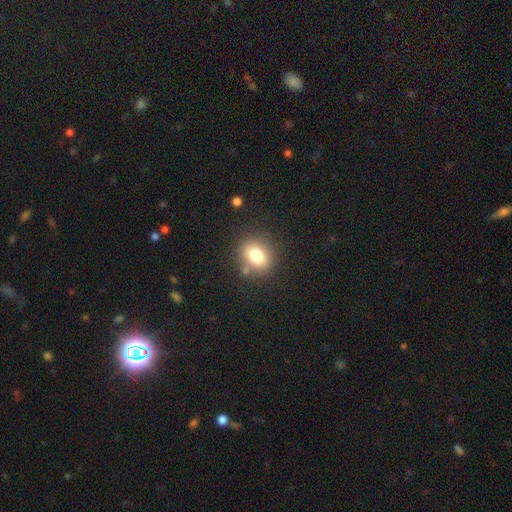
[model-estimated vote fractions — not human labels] Smooth or featured?
  - smooth: 78% *
  - star or artifact: 11%
  - featured or disk: 11%
How rounded?
  - round: 54% *
  - in between: 45%
  - cigar-shaped: 1%
Merging?
  - none: 79% *
  - minor disturbance: 12%
  - merger: 6%
  - major disturbance: 4%